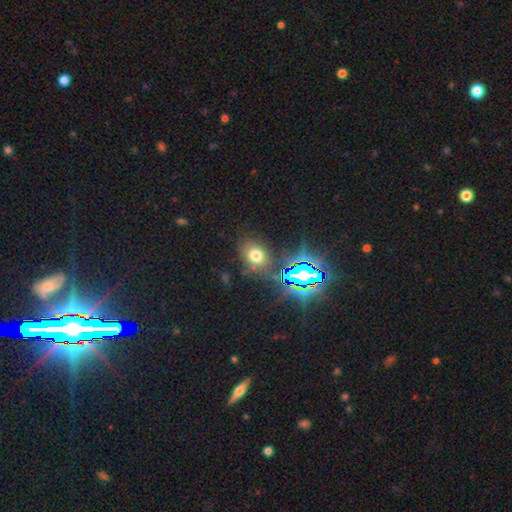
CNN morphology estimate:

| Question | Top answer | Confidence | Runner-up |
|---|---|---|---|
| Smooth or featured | smooth | 61% | star or artifact (29%) |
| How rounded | in between | 59% | round (40%) |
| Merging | none | 77% | minor disturbance (13%) |